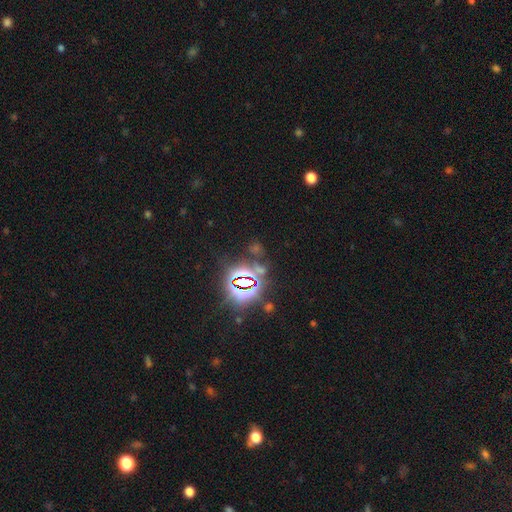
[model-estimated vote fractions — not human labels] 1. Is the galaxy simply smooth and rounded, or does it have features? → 81% star or artifact, 11% smooth, 8% featured or disk.